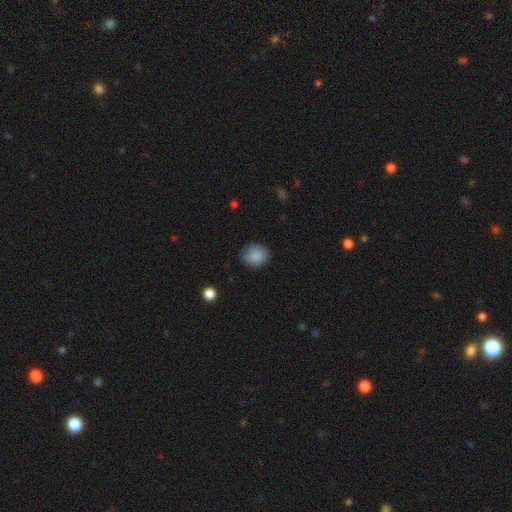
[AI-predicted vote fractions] A smooth galaxy with no disk features (87%) that is round (69%). Merging: none (76%).